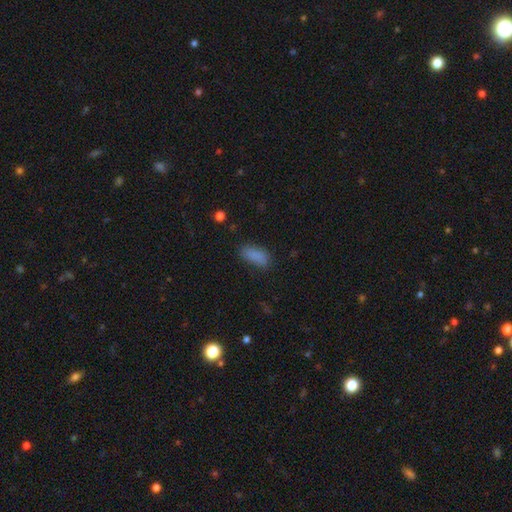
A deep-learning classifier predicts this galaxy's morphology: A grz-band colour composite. It shows a smooth galaxy with no disk features (86%) that is in between round and cigar-shaped (82%). Merging: none (79%).